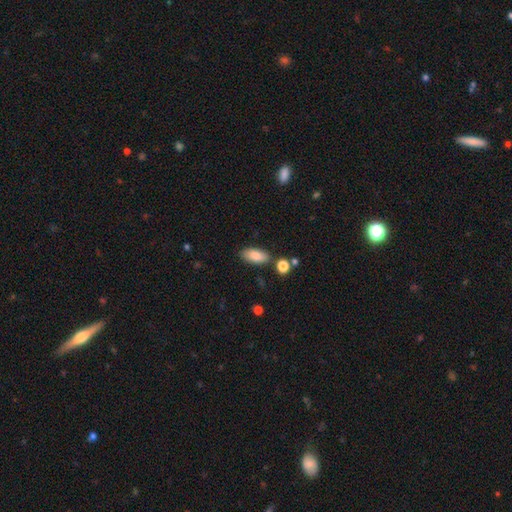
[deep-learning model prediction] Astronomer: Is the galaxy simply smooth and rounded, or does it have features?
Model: smooth — 85%.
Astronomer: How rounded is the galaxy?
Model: in between — 88%.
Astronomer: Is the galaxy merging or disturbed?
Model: none — 80%.